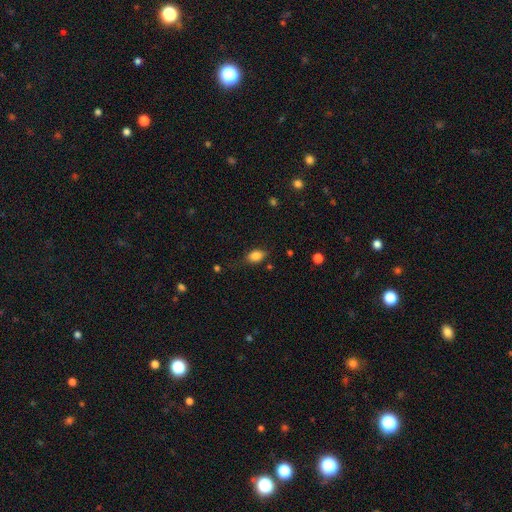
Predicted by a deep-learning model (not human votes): Smooth or featured? smooth (83%)
How rounded? in between (83%)
Merging? none (71%)